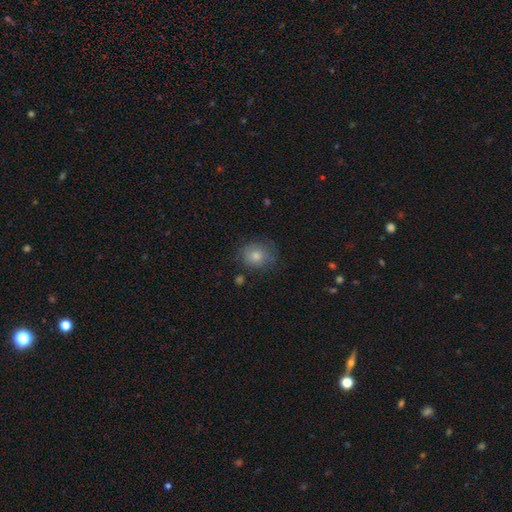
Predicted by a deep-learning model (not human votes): A smooth galaxy with no disk features (71%) that is round (71%).

Vote fractions:
- Smooth or featured? smooth: 71% / featured or disk: 16% / star or artifact: 14%
- How rounded? round: 71% / in between: 28% / cigar-shaped: 1%
- Merging? none: 75% / minor disturbance: 18% / major disturbance: 5% / merger: 2%